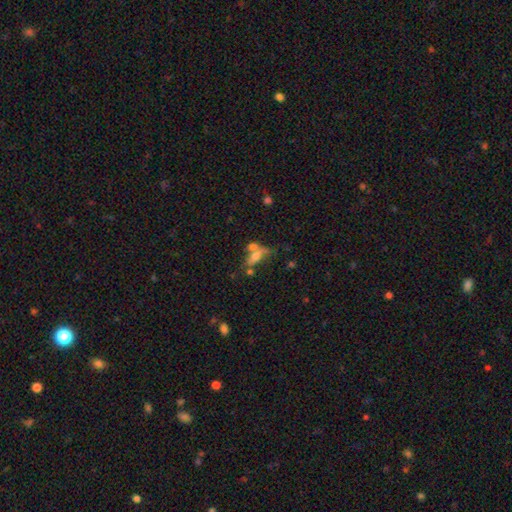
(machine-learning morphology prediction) type=smooth (56%); roundness=in between (65%); merging=merger (44%).